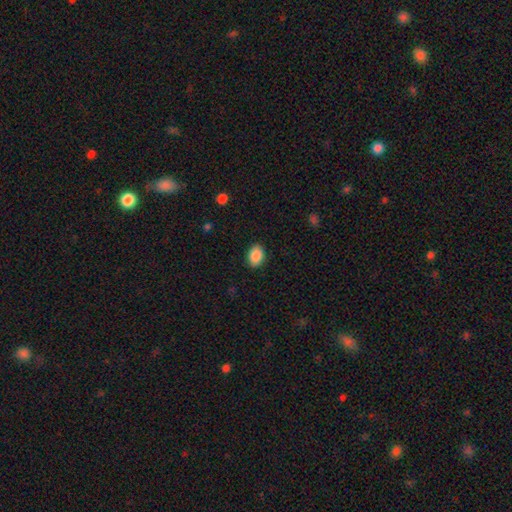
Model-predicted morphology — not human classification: Smooth or featured: smooth — 89% (star or artifact — 7%)
How rounded: in between — 76% (round — 23%)
Merging: none — 89% (minor disturbance — 8%)